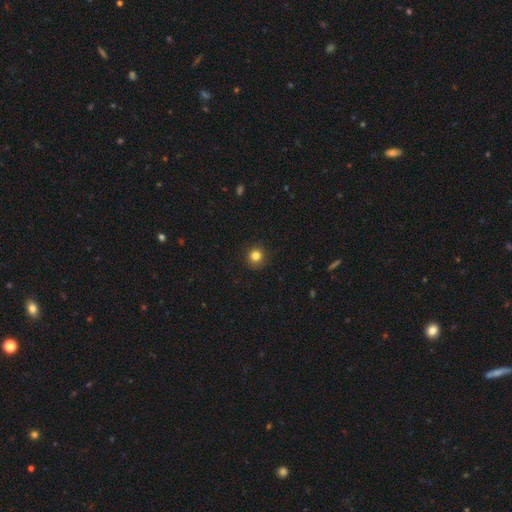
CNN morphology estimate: This appears to be a smooth galaxy with no disk features (83%) that is round (91%). Merging: none (89%).